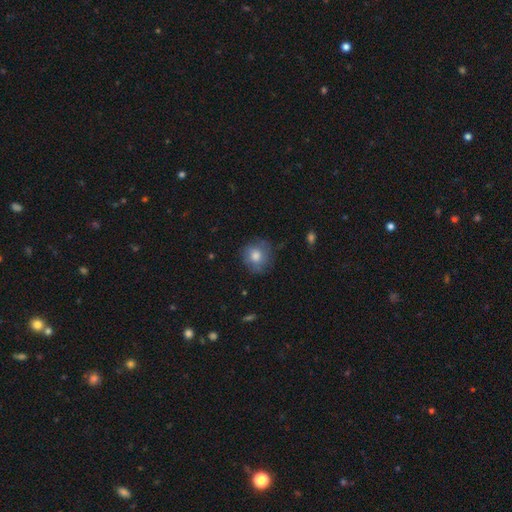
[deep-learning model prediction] A smooth galaxy with no disk features (74%) that is round (85%).

Vote fractions:
- Smooth or featured? smooth: 74% / featured or disk: 17% / star or artifact: 9%
- How rounded? round: 85% / in between: 14% / cigar-shaped: 1%
- Merging? none: 75% / minor disturbance: 18% / major disturbance: 6% / merger: 1%